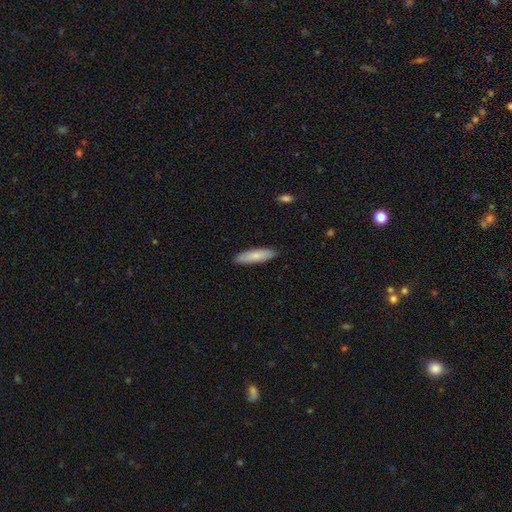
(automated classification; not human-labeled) smooth_or_featured: smooth (p=0.80) [alt: featured or disk p=0.14]
how_rounded: cigar-shaped (p=0.65) [alt: in between p=0.33]
merging: none (p=0.89) [alt: minor disturbance p=0.08]